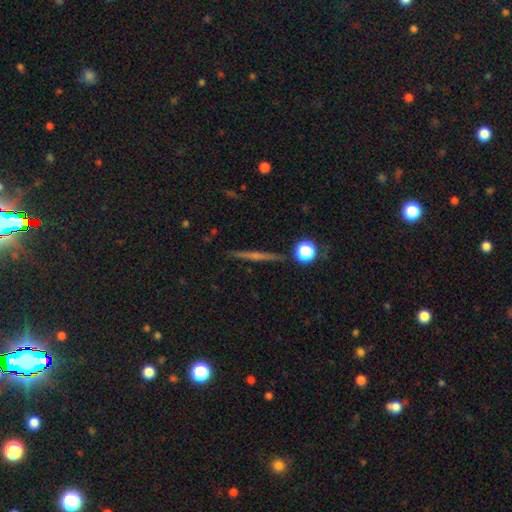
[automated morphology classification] A featured or disk galaxy (65%) viewed edge-on (97%) with a rounded central bulge (60%).

Vote fractions:
- Smooth or featured? featured or disk: 65% / smooth: 24% / star or artifact: 11%
- Edge-on disk? yes: 97% / no: 3%
- Edge-on bulge? rounded: 60% / none: 32% / boxy: 8%
- Merging? none: 91% / minor disturbance: 6% / merger: 2% / major disturbance: 1%